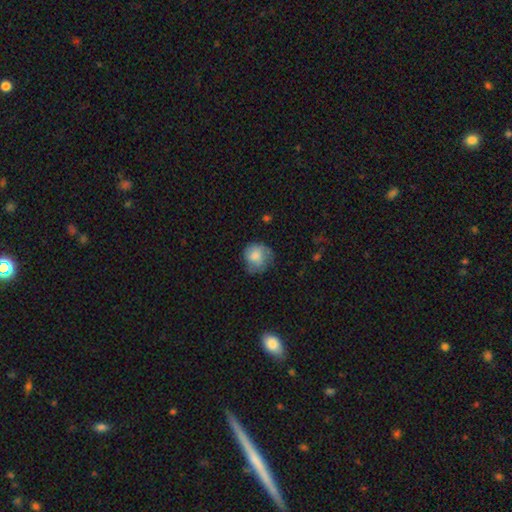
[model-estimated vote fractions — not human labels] Overall: smooth (76%). How rounded: round (80%). Merging: none (53%; minor disturbance 32%).